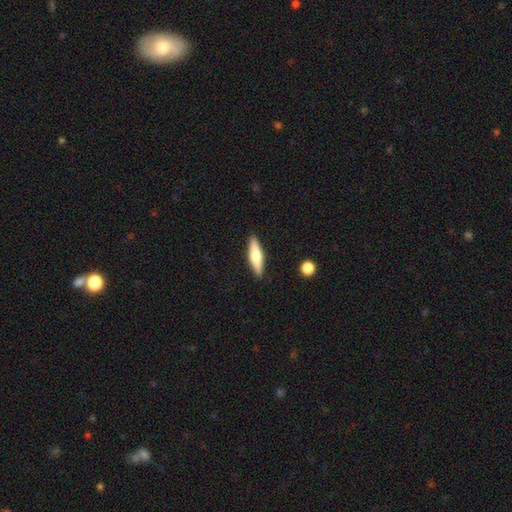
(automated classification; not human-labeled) A smooth galaxy with no disk features (54%) that is cigar-shaped (74%). Merging: none (90%).